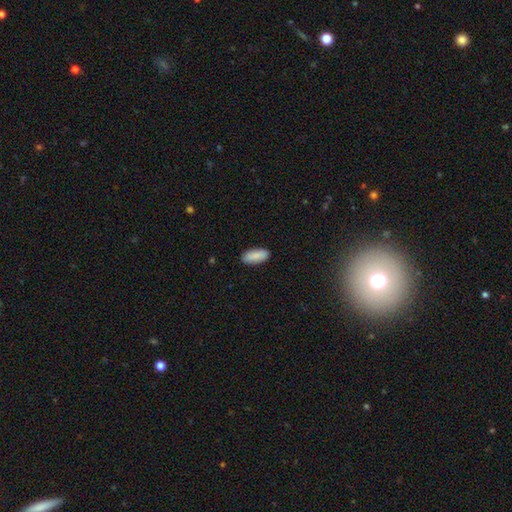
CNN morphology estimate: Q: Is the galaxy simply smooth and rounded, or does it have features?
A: smooth — 89%.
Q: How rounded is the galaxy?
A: in between — 84%.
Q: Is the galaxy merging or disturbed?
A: none — 89%.